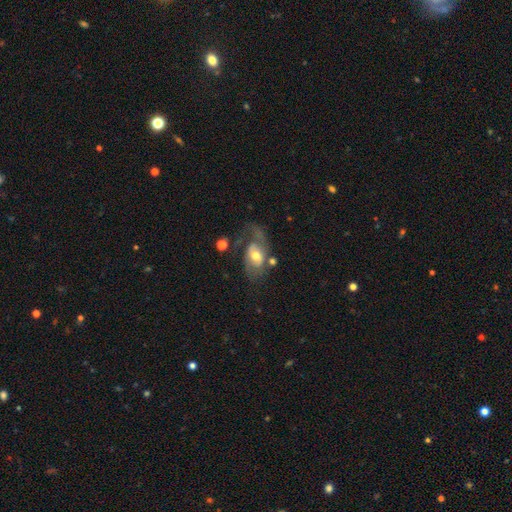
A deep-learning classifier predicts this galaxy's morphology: Overall: featured or disk (66%; smooth 27%). Edge-on disk: no (95%). Bar: no (52%; weak 35%). Spiral arms: yes (76%). Bulge size: moderate (68%). Merging: none (37%; major disturbance 34%).